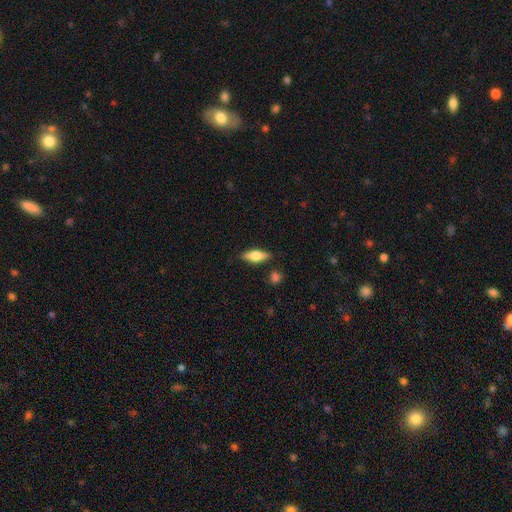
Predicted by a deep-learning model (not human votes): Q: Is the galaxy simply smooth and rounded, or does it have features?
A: smooth — 57%.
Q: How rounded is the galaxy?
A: in between — 64%.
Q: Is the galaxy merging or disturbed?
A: none — 84%.